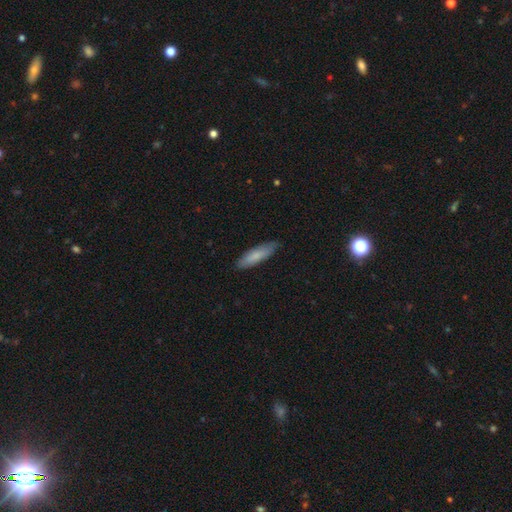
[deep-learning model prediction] Morphology: type=smooth (79%); roundness=cigar-shaped (66%); merging=none (82%).